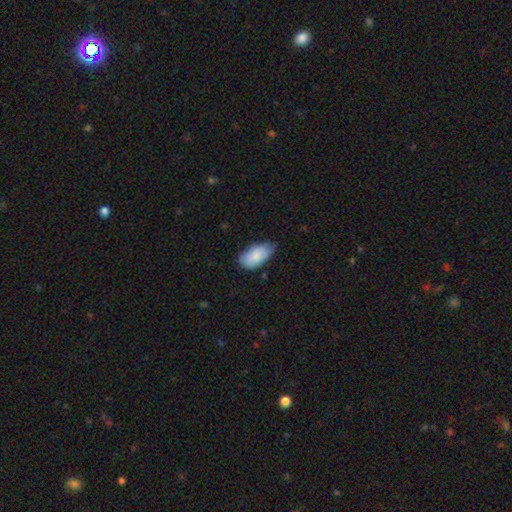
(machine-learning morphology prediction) This appears to be a smooth galaxy with no disk features (85%) that is in between round and cigar-shaped (94%). Merging: none (65%).